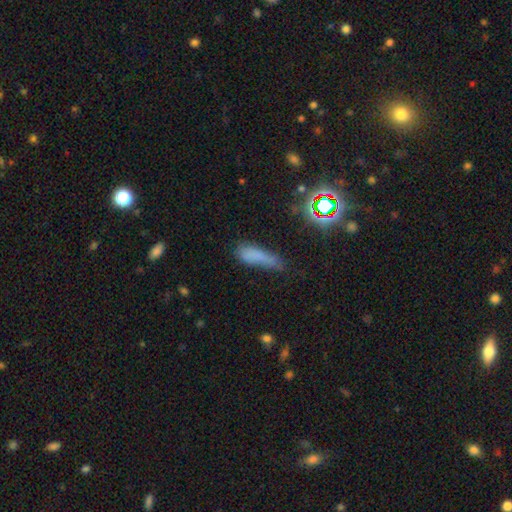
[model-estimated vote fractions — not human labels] Morphology: type=smooth (68%); roundness=cigar-shaped (63%); merging=none (41%).